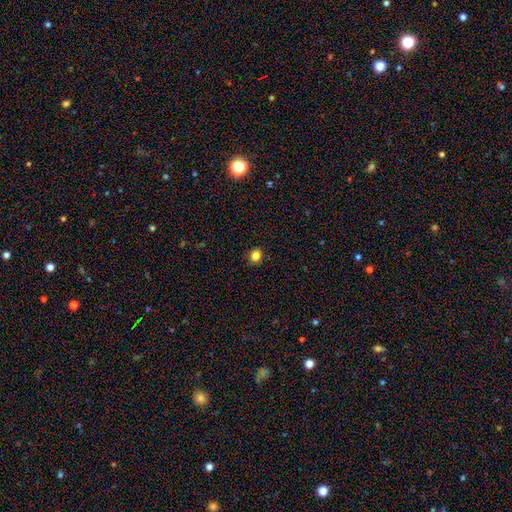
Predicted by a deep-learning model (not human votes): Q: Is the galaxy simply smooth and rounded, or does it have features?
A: smooth — 83%.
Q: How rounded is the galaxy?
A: round — 61%.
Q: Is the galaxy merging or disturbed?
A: none — 89%.